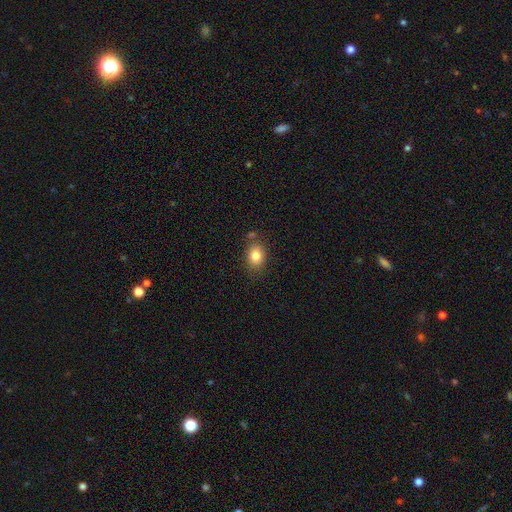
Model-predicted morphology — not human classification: A smooth galaxy with no disk features (83%) that is in between round and cigar-shaped (62%).

Vote fractions:
- Smooth or featured? smooth: 83% / star or artifact: 10% / featured or disk: 8%
- How rounded? in between: 62% / round: 37% / cigar-shaped: 1%
- Merging? none: 76% / minor disturbance: 14% / merger: 7% / major disturbance: 4%